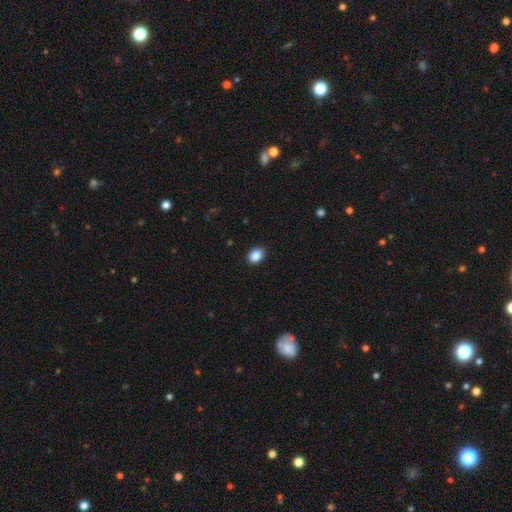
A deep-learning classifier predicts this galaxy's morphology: A smooth galaxy with no disk features (88%) that is in between round and cigar-shaped (63%). Merging: none (90%).